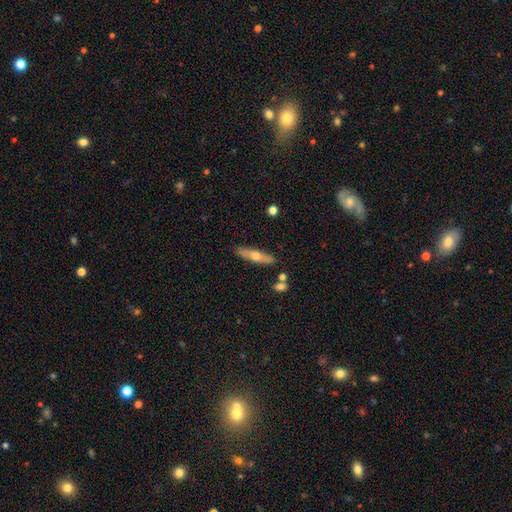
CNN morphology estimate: smooth_or_featured: smooth (p=0.50) [alt: featured or disk p=0.43]
how_rounded: cigar-shaped (p=0.73) [alt: in between p=0.25]
merging: none (p=0.84) [alt: minor disturbance p=0.10]